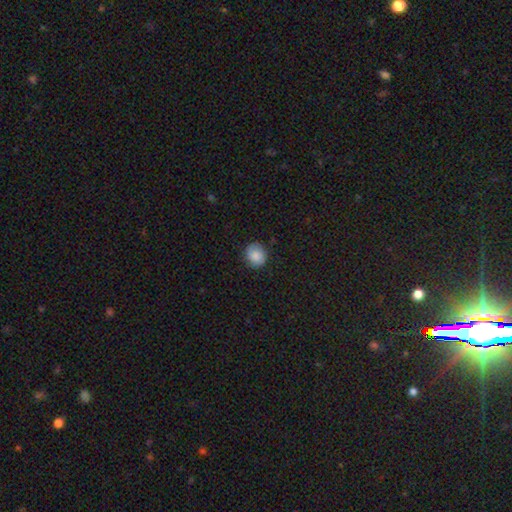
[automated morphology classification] A smooth galaxy with no disk features (86%) that is round (77%).

Vote fractions:
- Smooth or featured? smooth: 86% / star or artifact: 8% / featured or disk: 6%
- How rounded? round: 77% / in between: 22% / cigar-shaped: 1%
- Merging? none: 83% / minor disturbance: 13% / major disturbance: 3% / merger: 1%